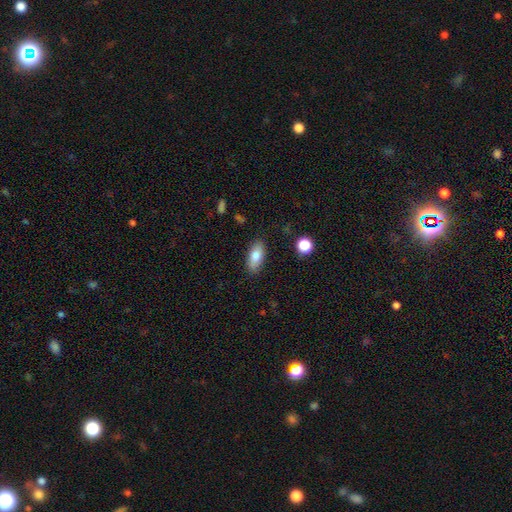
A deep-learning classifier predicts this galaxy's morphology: Smooth or featured? smooth (80%)
How rounded? in between (82%)
Merging? none (86%)